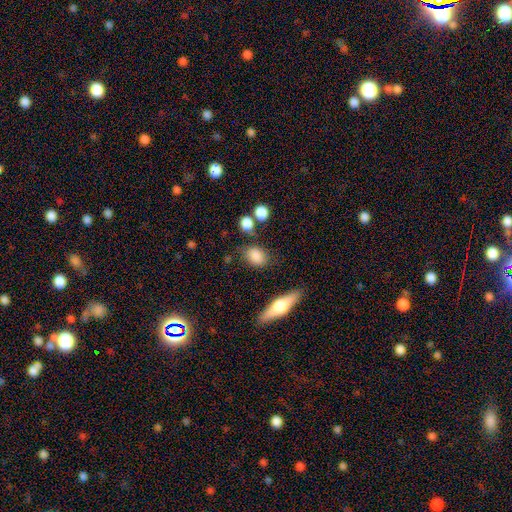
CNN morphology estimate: Q: Smooth or featured?
A: smooth (82%); runner-up: featured or disk (10%)
Q: How rounded?
A: in between (68%); runner-up: round (29%)
Q: Merging?
A: none (69%); runner-up: minor disturbance (20%)